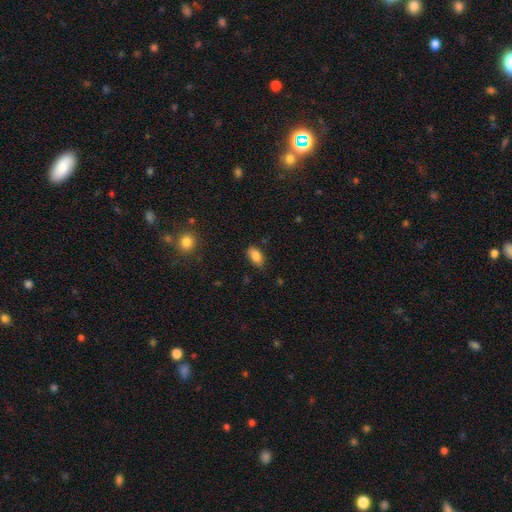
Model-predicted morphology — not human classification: Overall: smooth (86%). How rounded: in between (91%). Merging: none (82%).